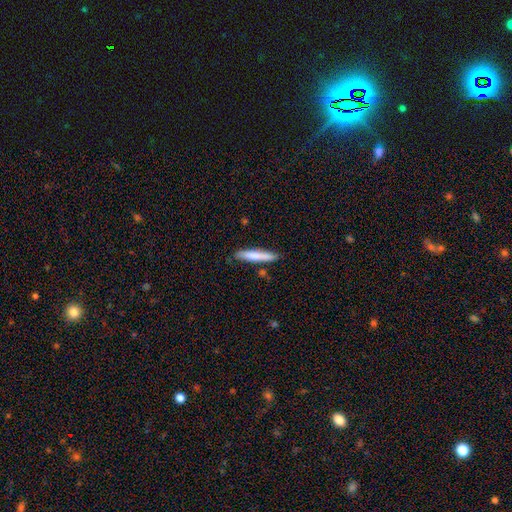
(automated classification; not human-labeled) The model was most divided on "smooth or featured": smooth: 75%, featured or disk: 20%, star or artifact: 5%. More confident: how rounded — cigar-shaped (91%); merging — none (82%).